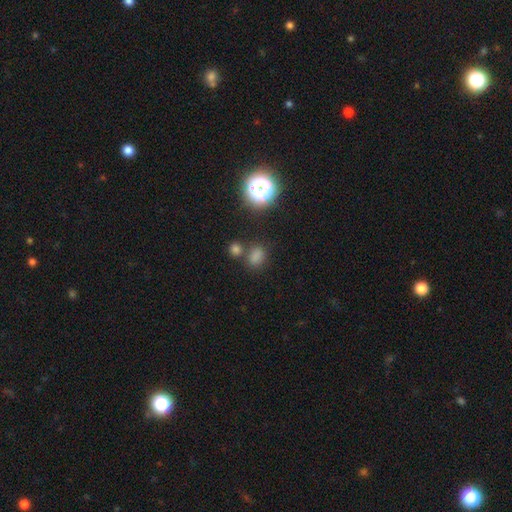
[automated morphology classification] Q: Smooth or featured?
A: smooth (66%); runner-up: star or artifact (27%)
Q: How rounded?
A: in between (49%); tied with: round (49%)
Q: Merging?
A: none (64%); runner-up: merger (19%)